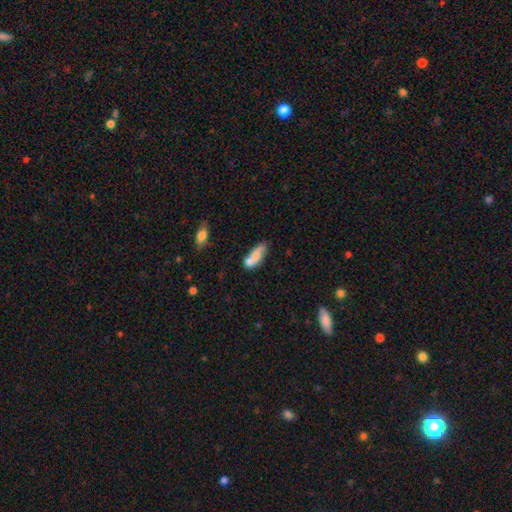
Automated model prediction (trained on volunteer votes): Morphology: type=smooth (69%); roundness=in between (70%); merging=none (40%).